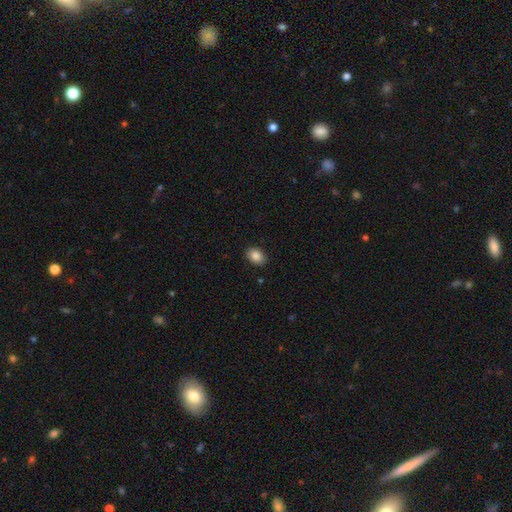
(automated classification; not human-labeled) The model was most divided on "how rounded": in between: 76%, round: 23%, cigar-shaped: 1%. More confident: merging — none (88%); smooth or featured — smooth (87%).